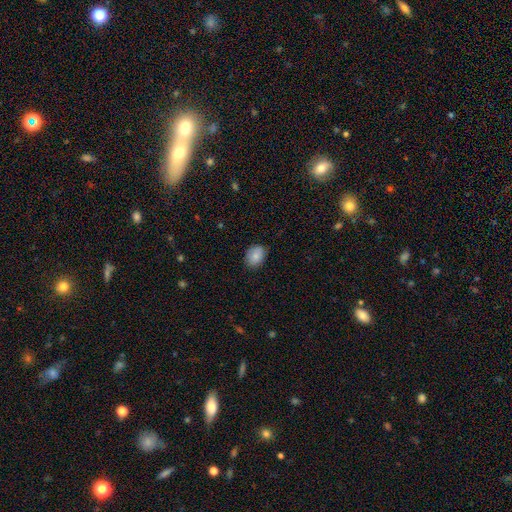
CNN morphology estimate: Smooth or featured?
  - smooth: 84% *
  - featured or disk: 8%
  - star or artifact: 8%
How rounded?
  - in between: 64% *
  - round: 35%
  - cigar-shaped: 1%
Merging?
  - none: 83% *
  - minor disturbance: 13%
  - major disturbance: 3%
  - merger: 1%